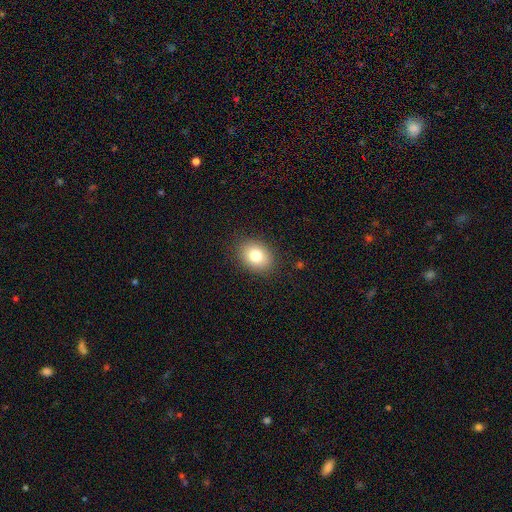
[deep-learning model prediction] smooth-or-featured: smooth: 81% | featured or disk: 10% | star or artifact: 9%
  how-rounded: in between: 66% | round: 34% | cigar-shaped: 1%
  merging: none: 87% | minor disturbance: 9% | major disturbance: 3% | merger: 1%